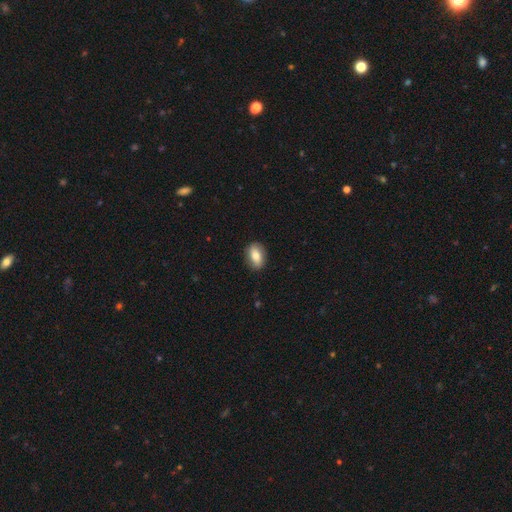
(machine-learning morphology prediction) A smooth galaxy with no disk features (75%) that is in between round and cigar-shaped (84%).

Vote fractions:
- Smooth or featured? smooth: 75% / featured or disk: 18% / star or artifact: 7%
- How rounded? in between: 84% / round: 13% / cigar-shaped: 3%
- Merging? none: 87% / minor disturbance: 10% / major disturbance: 2% / merger: 1%